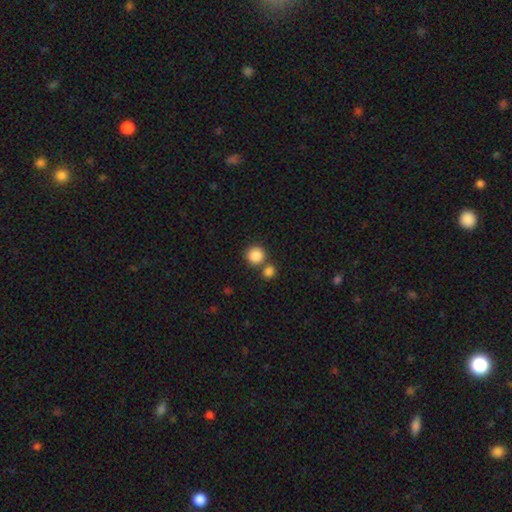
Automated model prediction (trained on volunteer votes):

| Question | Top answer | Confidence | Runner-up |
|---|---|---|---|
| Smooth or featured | smooth | 87% | star or artifact (9%) |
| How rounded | round | 90% | in between (9%) |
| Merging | none | 62% | merger (27%) |